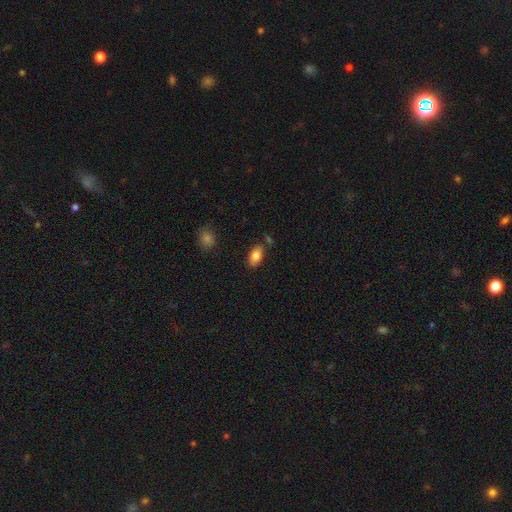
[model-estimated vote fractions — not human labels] smooth_or_featured: smooth (p=0.82) [alt: featured or disk p=0.10]
how_rounded: in between (p=0.92) [alt: round p=0.05]
merging: none (p=0.78) [alt: minor disturbance p=0.13]